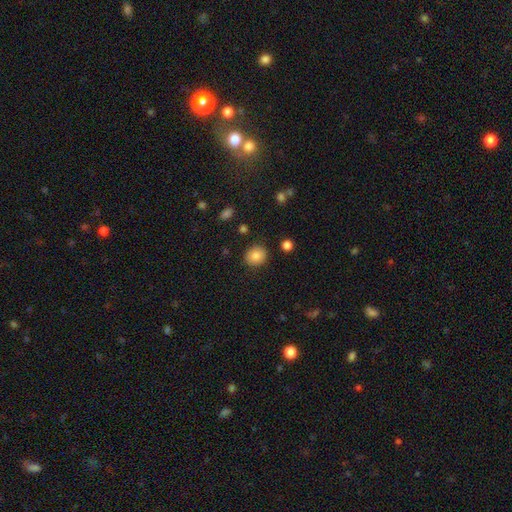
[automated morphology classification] A smooth galaxy with no disk features (84%) that is round (76%). Merging: none (88%).